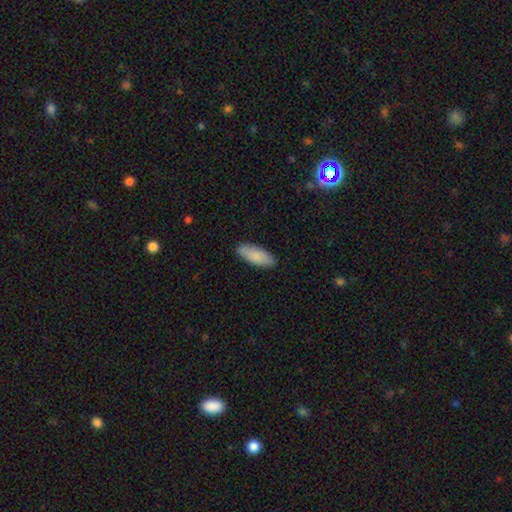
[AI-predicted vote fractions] Morphology: type=smooth (86%); roundness=in between (78%); merging=none (87%).